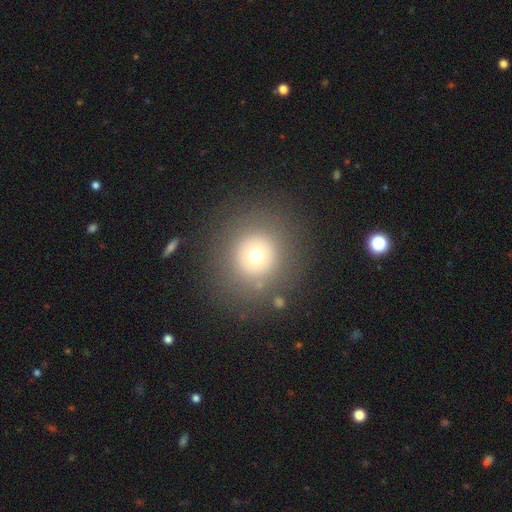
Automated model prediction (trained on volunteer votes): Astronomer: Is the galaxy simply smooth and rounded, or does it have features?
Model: smooth — 66%.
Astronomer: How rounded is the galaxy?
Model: round — 94%.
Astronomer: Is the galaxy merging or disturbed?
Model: none — 85%.